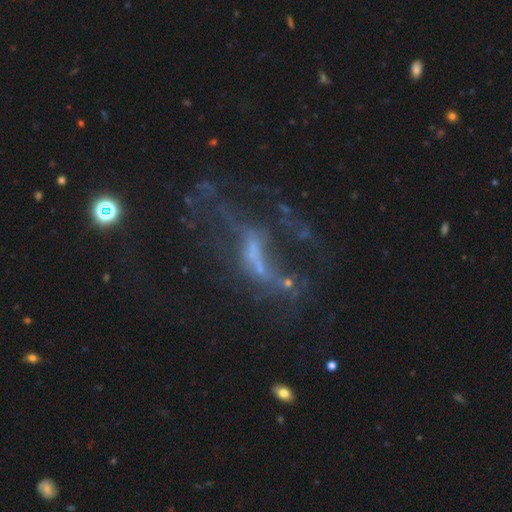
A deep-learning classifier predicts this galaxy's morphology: Smooth or featured?
  - featured or disk: 65% *
  - star or artifact: 23%
  - smooth: 12%
Edge-on disk?
  - no: 89% *
  - yes: 11%
Bar?
  - no: 50% *
  - weak: 30%
  - strong: 20%
Spiral arms?
  - no: 59% *
  - yes: 41%
Bulge size?
  - none: 47% *
  - small: 34%
  - moderate: 14%
  - large: 3%
  - dominant: 1%
Merging?
  - major disturbance: 42% *
  - none: 36%
  - minor disturbance: 13%
  - merger: 9%